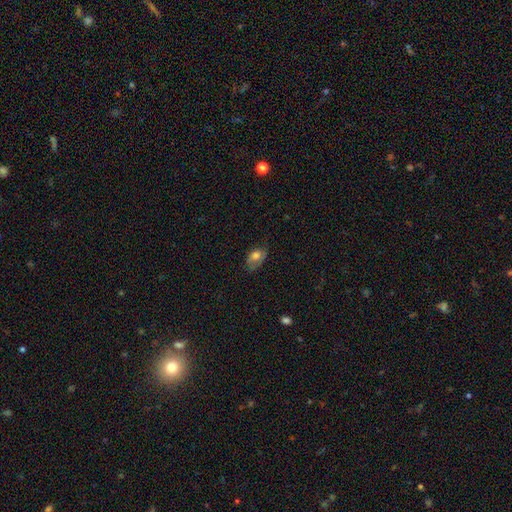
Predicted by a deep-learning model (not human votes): Overall: smooth (70%). How rounded: in between (83%). Merging: none (49%; minor disturbance 33%).